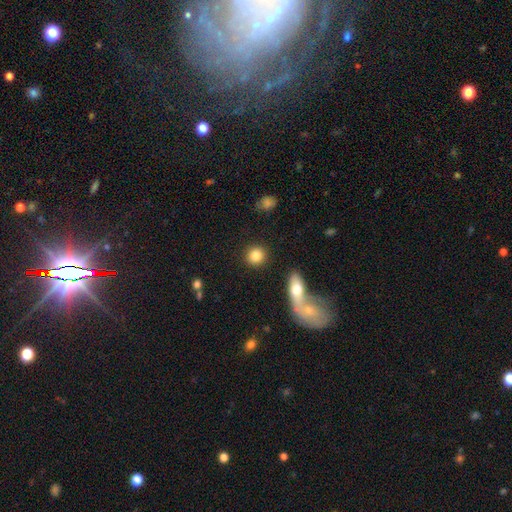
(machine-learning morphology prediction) A smooth galaxy with no disk features (84%) that is round (87%).

Vote fractions:
- Smooth or featured? smooth: 84% / star or artifact: 8% / featured or disk: 8%
- How rounded? round: 87% / in between: 12% / cigar-shaped: 2%
- Merging? none: 88% / minor disturbance: 6% / merger: 4% / major disturbance: 2%